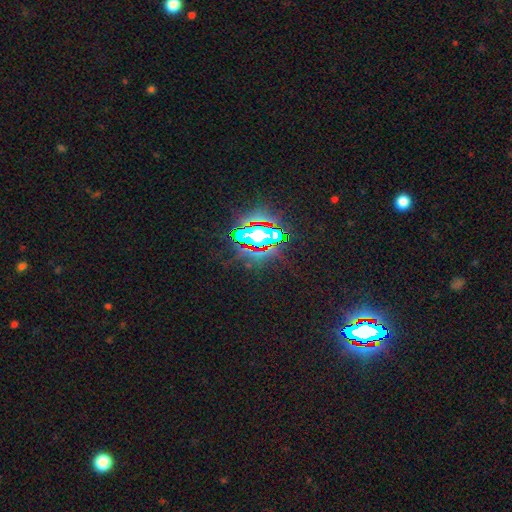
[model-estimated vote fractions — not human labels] This is clearly a star or artifact rather than a galaxy (83%).